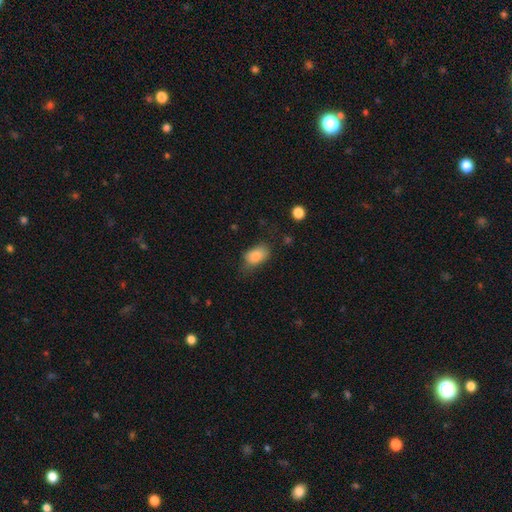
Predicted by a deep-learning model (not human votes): The model was most divided on "merging": none: 62%, minor disturbance: 27%, major disturbance: 9%, merger: 2%. More confident: how rounded — in between (89%); smooth or featured — smooth (87%).